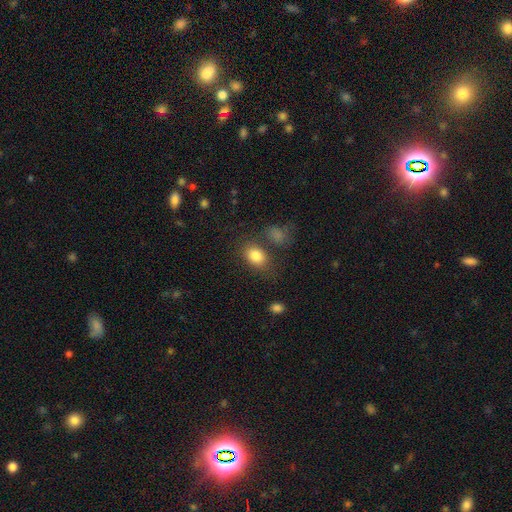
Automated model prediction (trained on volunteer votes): Smooth or featured? smooth (83%)
How rounded? in between (69%)
Merging? none (64%)